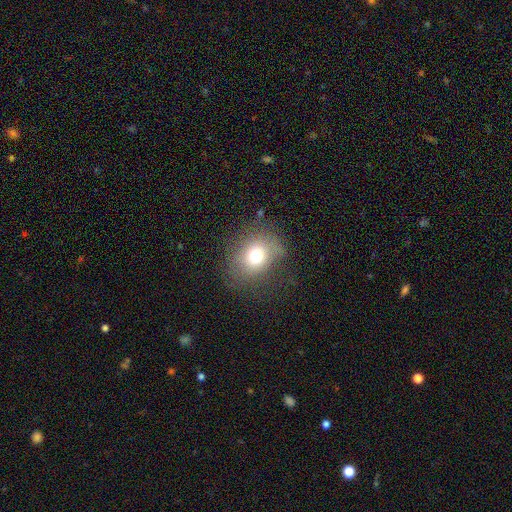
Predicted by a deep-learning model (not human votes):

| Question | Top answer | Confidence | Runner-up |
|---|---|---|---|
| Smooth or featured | smooth | 70% | featured or disk (15%) |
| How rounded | round | 57% | in between (42%) |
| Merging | none | 68% | minor disturbance (19%) |